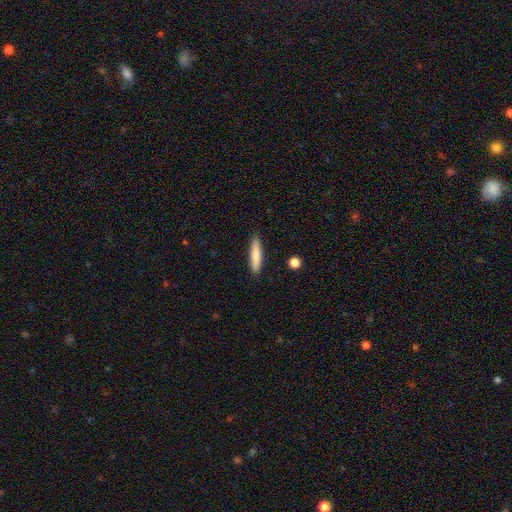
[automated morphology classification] Smooth or featured: smooth — 78% (featured or disk — 16%)
How rounded: cigar-shaped — 85% (in between — 13%)
Merging: none — 88% (minor disturbance — 8%)